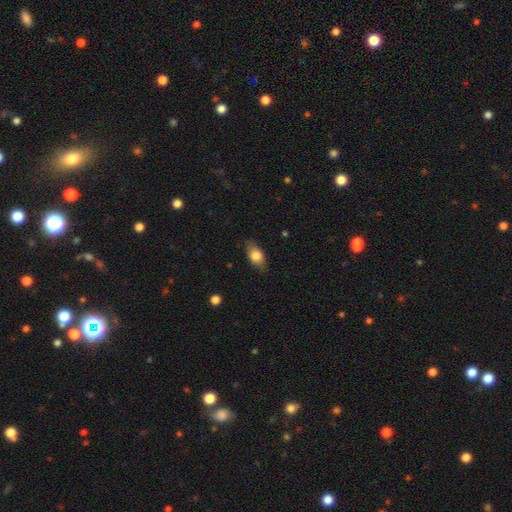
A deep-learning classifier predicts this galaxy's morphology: Smooth or featured? smooth (77%)
How rounded? in between (85%)
Merging? none (79%)